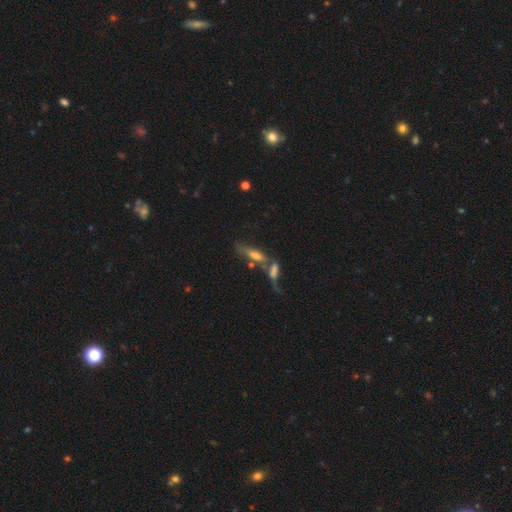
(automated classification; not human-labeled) A featured or disk galaxy (45%).

Vote fractions:
- Smooth or featured? featured or disk: 45% / smooth: 44% / star or artifact: 11%
- Merging? merger: 49% / none: 28% / minor disturbance: 12% / major disturbance: 11%